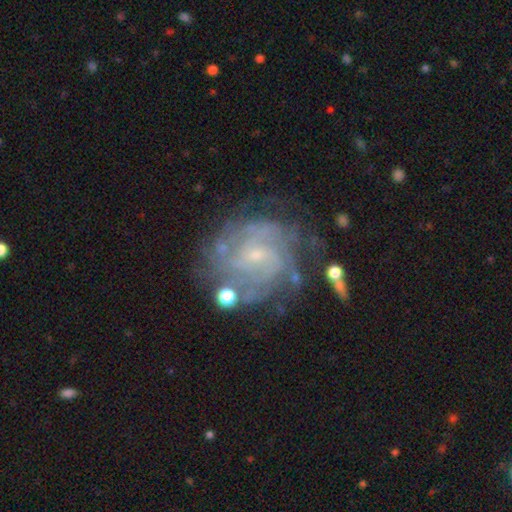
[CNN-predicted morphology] type=featured or disk (83%); edge-on=no (98%); bar=no (49%); spiral arms=yes (92%); winding=tight (63%); arm count=can't tell (41%); bulge=small (78%); merging=none (67%).